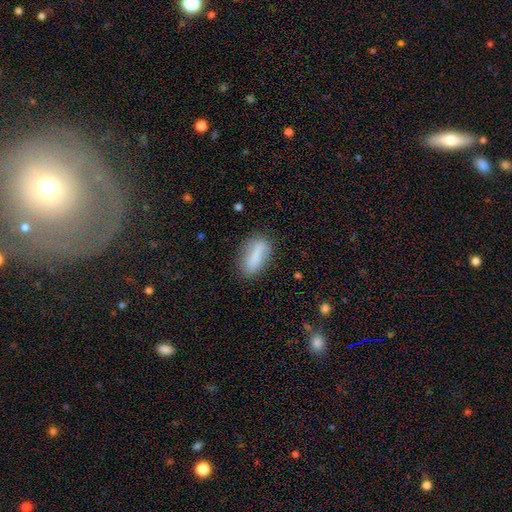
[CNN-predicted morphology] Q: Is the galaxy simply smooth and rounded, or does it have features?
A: smooth — 76%.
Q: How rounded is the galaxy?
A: in between — 71%.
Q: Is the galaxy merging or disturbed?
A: none — 71%.